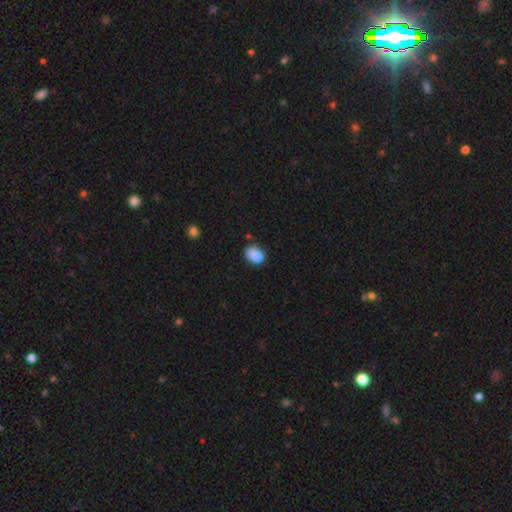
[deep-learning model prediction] This appears to be a smooth galaxy with no disk features (80%) that is in between round and cigar-shaped (69%). Merging: none (47%).